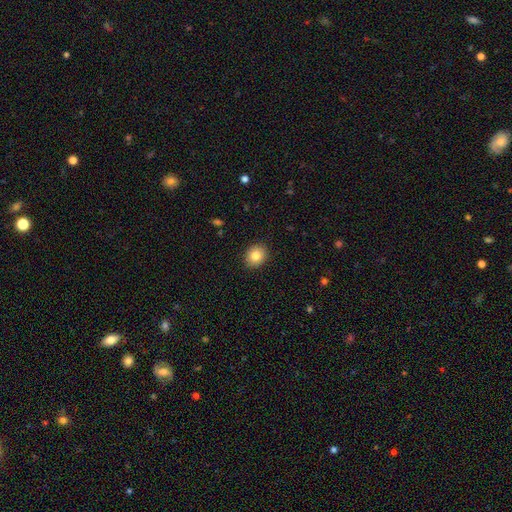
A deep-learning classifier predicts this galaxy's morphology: smooth_or_featured: smooth (p=0.82) [alt: star or artifact p=0.09]
how_rounded: round (p=0.69) [alt: in between p=0.30]
merging: none (p=0.90) [alt: minor disturbance p=0.07]